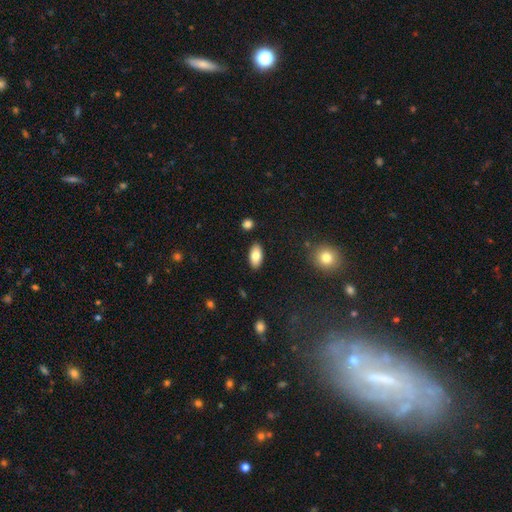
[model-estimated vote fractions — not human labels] smooth 82%, featured or disk 11%, star or artifact 7%. Down the decision tree: how rounded — in between (92%); merging — none (88%).